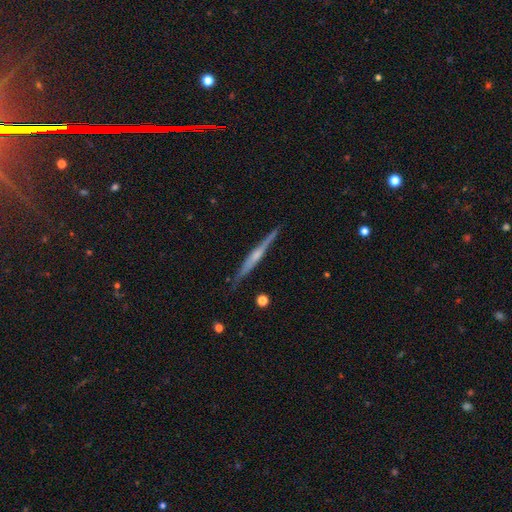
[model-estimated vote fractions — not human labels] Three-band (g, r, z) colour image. It shows a featured or disk galaxy (72%) viewed edge-on (98%) with a rounded central bulge (58%). Merging: none (87%).